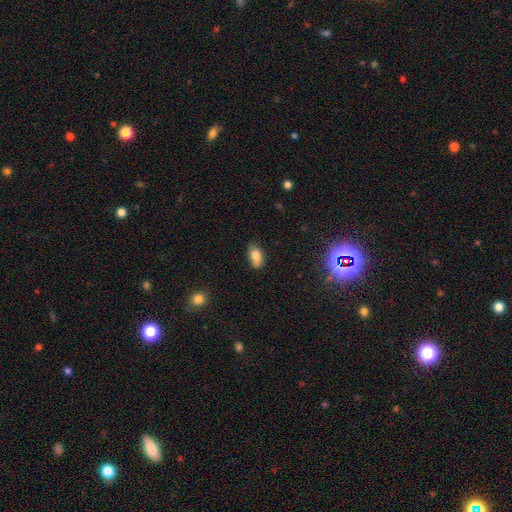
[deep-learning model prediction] Smooth or featured: smooth — 82% (featured or disk — 9%)
How rounded: in between — 91% (round — 6%)
Merging: none — 76% (minor disturbance — 19%)